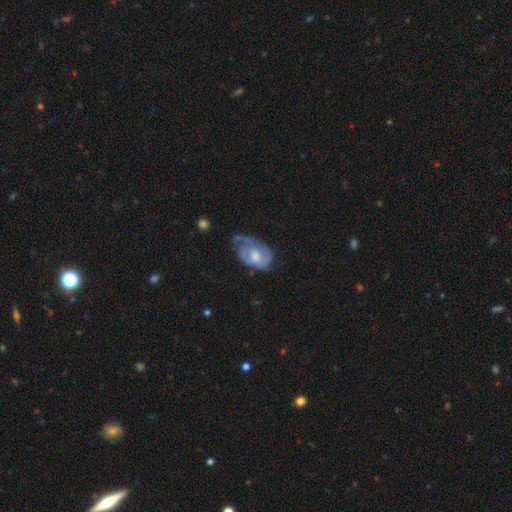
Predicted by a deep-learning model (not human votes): Smooth or featured? Predicted: featured or disk (p=0.68). Edge-on disk? Predicted: no (p=0.95). Bar? Predicted: no (p=0.72). Spiral arms? Predicted: yes (p=0.80). Spiral winding? Predicted: tight (p=0.47). Spiral arm count? Predicted: can't tell (p=0.35). Bulge size? Predicted: moderate (p=0.62). Merging? Predicted: none (p=0.39).